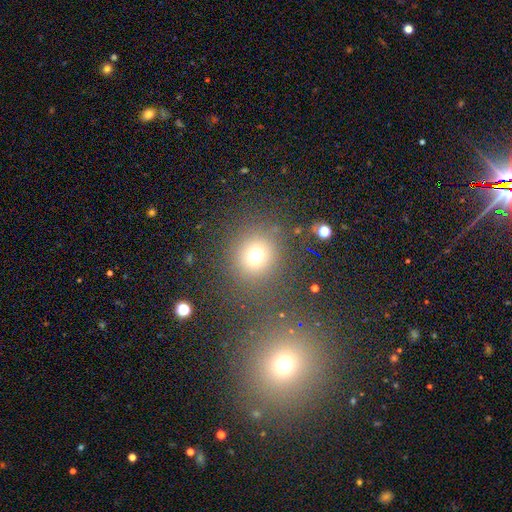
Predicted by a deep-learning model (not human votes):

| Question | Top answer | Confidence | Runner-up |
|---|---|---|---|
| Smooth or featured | smooth | 70% | star or artifact (22%) |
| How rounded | round | 87% | in between (12%) |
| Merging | none | 79% | minor disturbance (9%) |